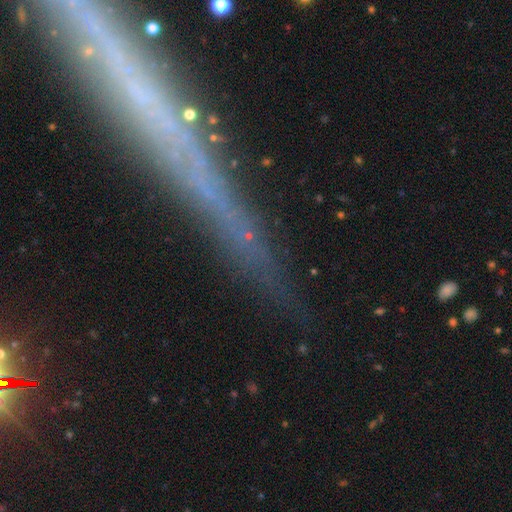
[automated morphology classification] Smooth or featured?
  - featured or disk: 37% *
  - star or artifact: 35%
  - smooth: 28%
Merging?
  - none: 63% *
  - minor disturbance: 16%
  - major disturbance: 13%
  - merger: 8%